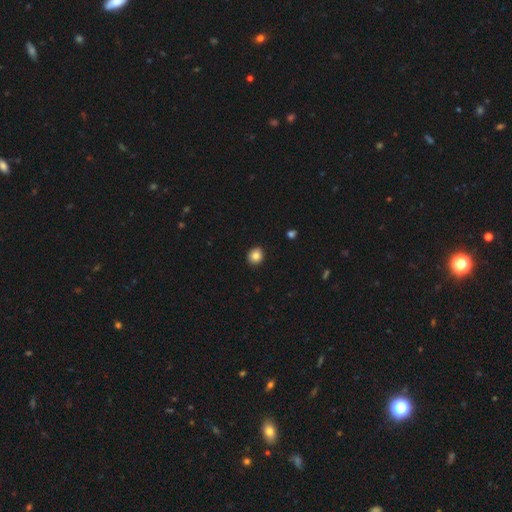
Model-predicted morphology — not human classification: This is clearly a smooth galaxy (85%). How rounded: likely round (73%). Merging: clearly none (91%).